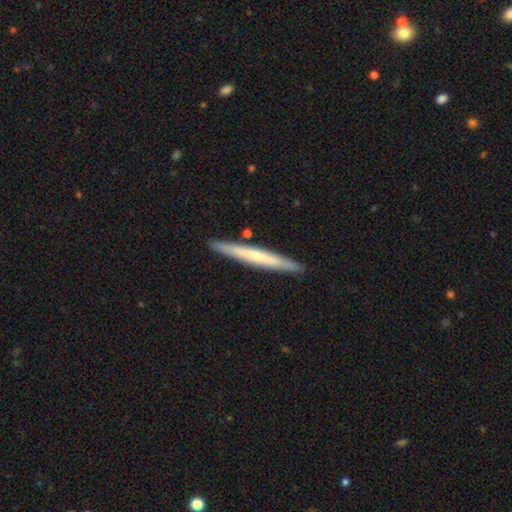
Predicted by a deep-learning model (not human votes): smooth-or-featured: smooth: 53% | featured or disk: 42% | star or artifact: 5%
  how-rounded: cigar-shaped: 97% | in between: 2% | round: 1%
  merging: none: 90% | minor disturbance: 7% | merger: 2% | major disturbance: 1%